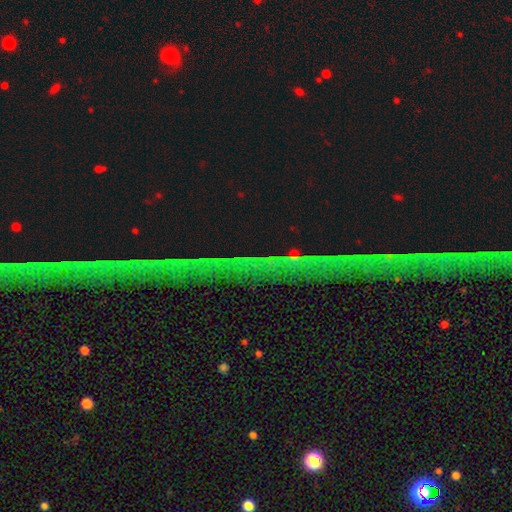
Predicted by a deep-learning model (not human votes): This appears to be a star or artifact, not a galaxy (74%).